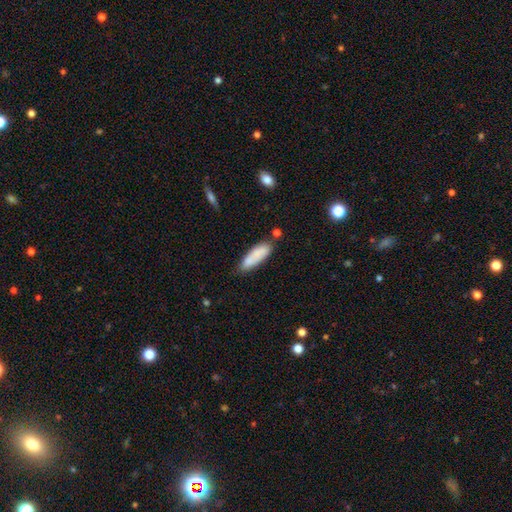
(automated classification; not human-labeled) The model was most divided on "how rounded": in between: 50%, cigar-shaped: 48%, round: 2%. More confident: smooth or featured — smooth (81%); merging — none (66%).